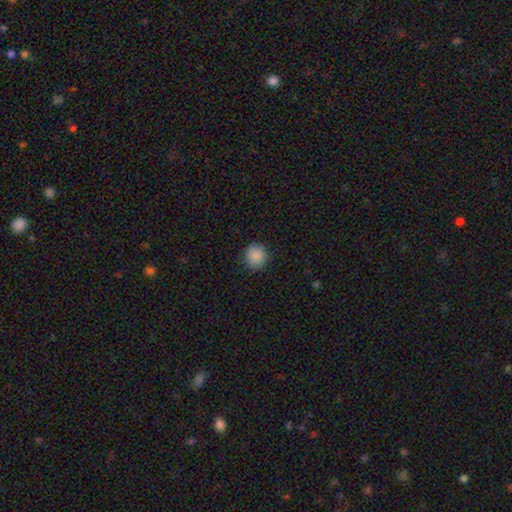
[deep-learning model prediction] A smooth galaxy with no disk features (88%) that is round (92%). Merging: none (89%).